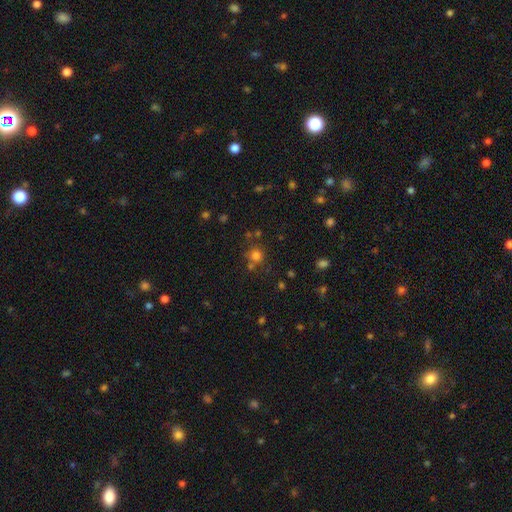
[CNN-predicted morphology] Smooth or featured?
  - smooth: 74% *
  - star or artifact: 19%
  - featured or disk: 7%
How rounded?
  - round: 90% *
  - in between: 9%
  - cigar-shaped: 1%
Merging?
  - none: 71% *
  - merger: 15%
  - minor disturbance: 10%
  - major disturbance: 4%